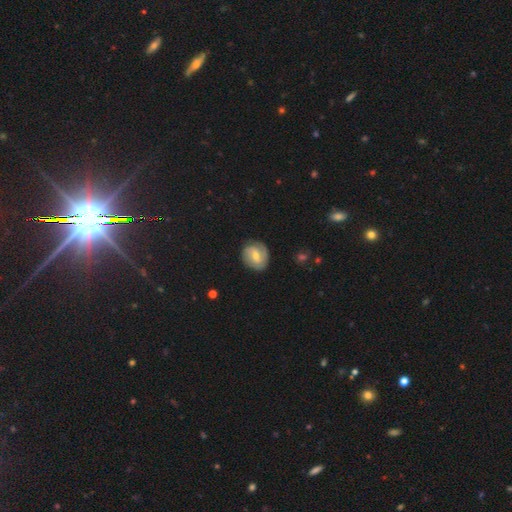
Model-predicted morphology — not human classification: A featured or disk galaxy (60%) with a weak bar (54%), spiral arms (84%) and a moderate central bulge (49%). Merging: none (79%).